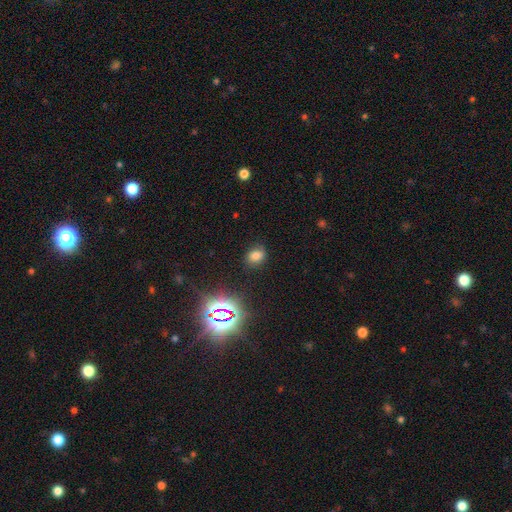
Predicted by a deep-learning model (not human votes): This is likely a smooth galaxy (68%). How rounded: possibly in between (58%). Merging: likely none (78%).